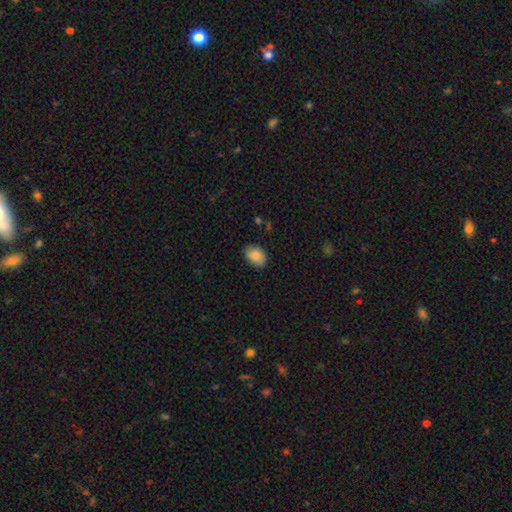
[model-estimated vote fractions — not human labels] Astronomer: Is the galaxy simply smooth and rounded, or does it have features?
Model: smooth — 88%.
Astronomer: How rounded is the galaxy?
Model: in between — 80%.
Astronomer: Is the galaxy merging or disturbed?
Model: none — 82%.